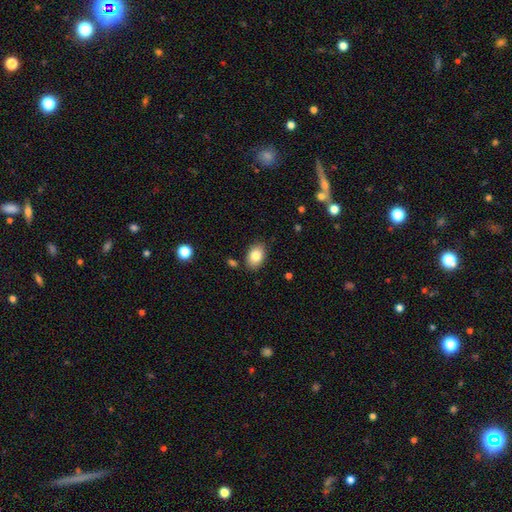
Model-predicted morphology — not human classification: Q: Smooth or featured?
A: smooth (83%); runner-up: featured or disk (9%)
Q: How rounded?
A: in between (84%); runner-up: round (15%)
Q: Merging?
A: none (85%); runner-up: minor disturbance (10%)